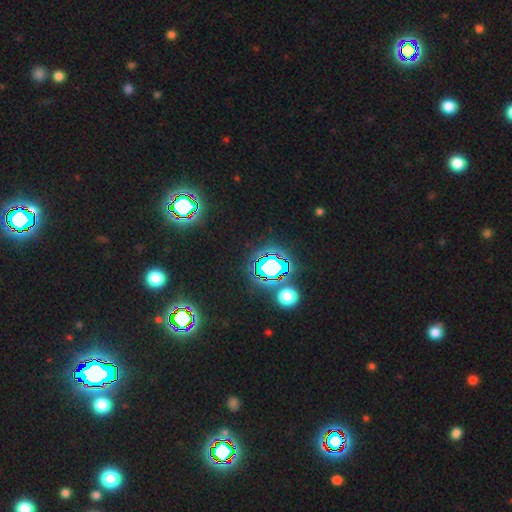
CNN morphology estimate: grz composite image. It shows a star or artifact, not a galaxy (83%).